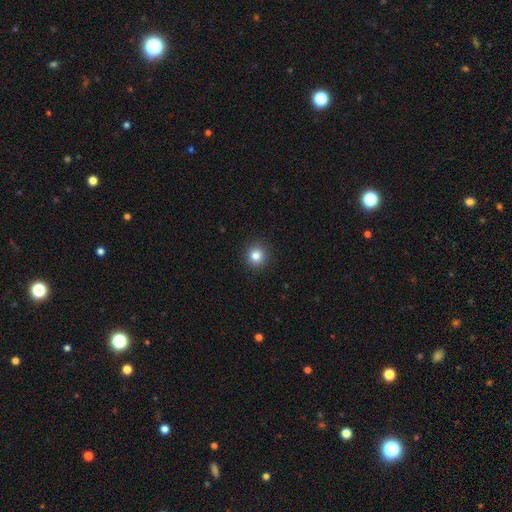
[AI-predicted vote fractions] This is clearly a smooth galaxy (84%). How rounded: clearly round (93%). Merging: clearly none (92%).